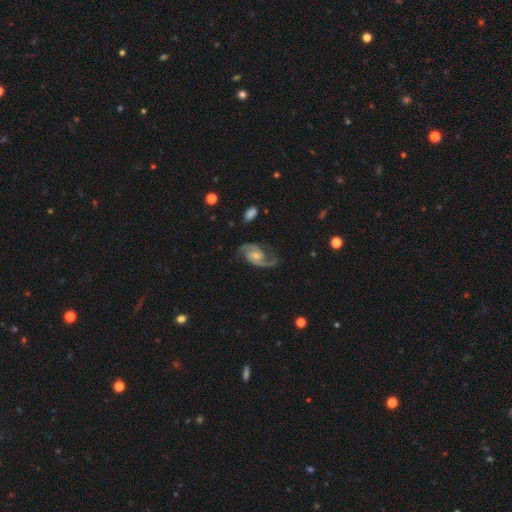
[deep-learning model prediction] This appears to be a featured or disk galaxy (89%) with no bar (49%), 2 (91%) medium (56%) spiral arms (97%) and a small central bulge (46%). Merging: none (72%).